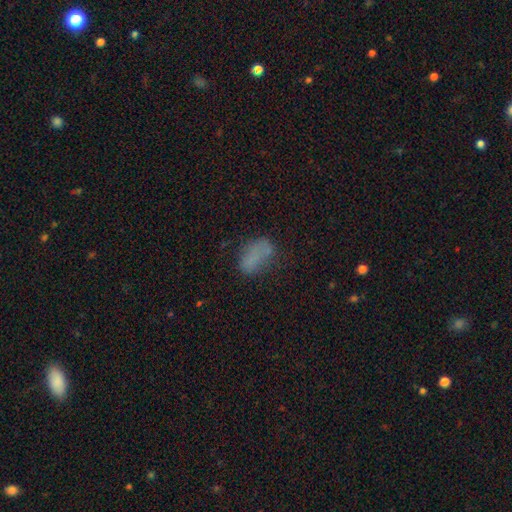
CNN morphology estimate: A smooth galaxy with no disk features (68%) that is in between round and cigar-shaped (89%). Merging: none (49%).